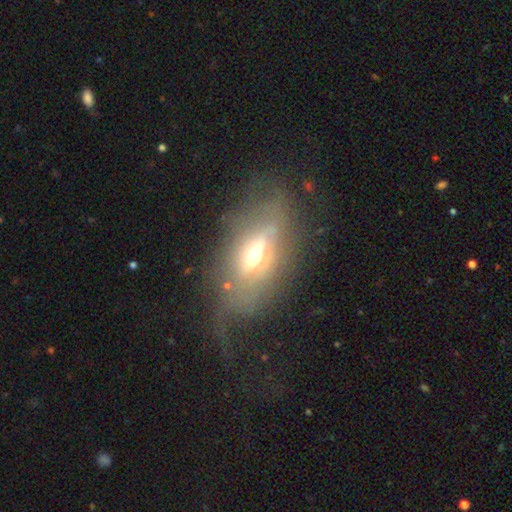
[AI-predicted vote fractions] Overall: featured or disk (55%; smooth 34%). Edge-on disk: no (57%; yes 43%). Merging: none (49%; major disturbance 27%).